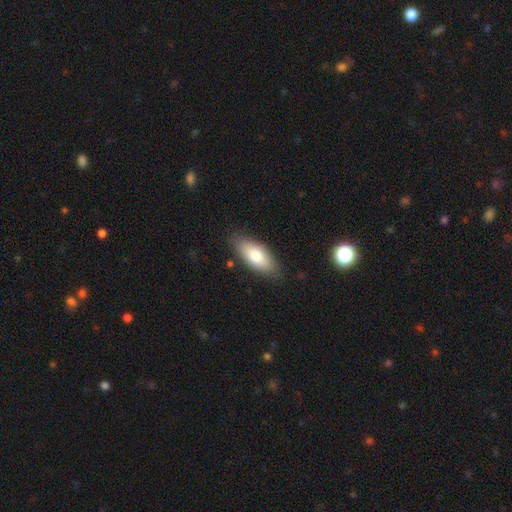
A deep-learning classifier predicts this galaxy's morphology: This is likely a smooth galaxy (76%). How rounded: clearly in between (83%). Merging: clearly none (83%).